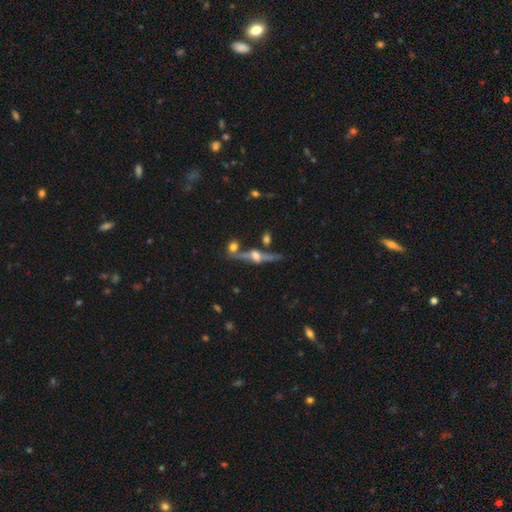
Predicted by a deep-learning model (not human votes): A featured or disk galaxy (80%) viewed edge-on (95%) with a rounded central bulge (94%).

Vote fractions:
- Smooth or featured? featured or disk: 80% / smooth: 12% / star or artifact: 8%
- Edge-on disk? yes: 95% / no: 5%
- Edge-on bulge? rounded: 94% / boxy: 4% / none: 2%
- Merging? none: 69% / merger: 14% / minor disturbance: 12% / major disturbance: 4%